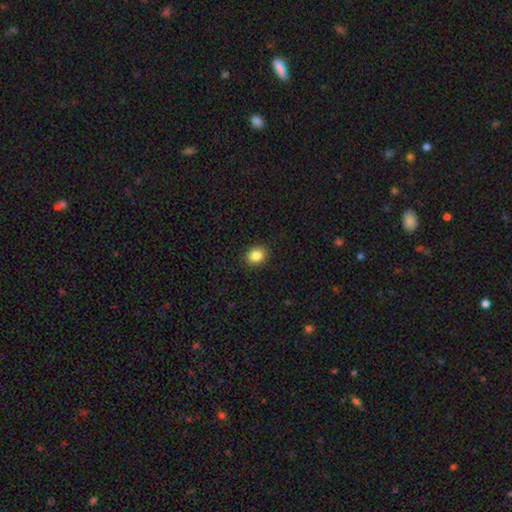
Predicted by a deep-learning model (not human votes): smooth-or-featured: smooth: 86% | star or artifact: 10% | featured or disk: 4%
  how-rounded: round: 61% | in between: 38% | cigar-shaped: 1%
  merging: none: 90% | minor disturbance: 7% | major disturbance: 2% | merger: 1%